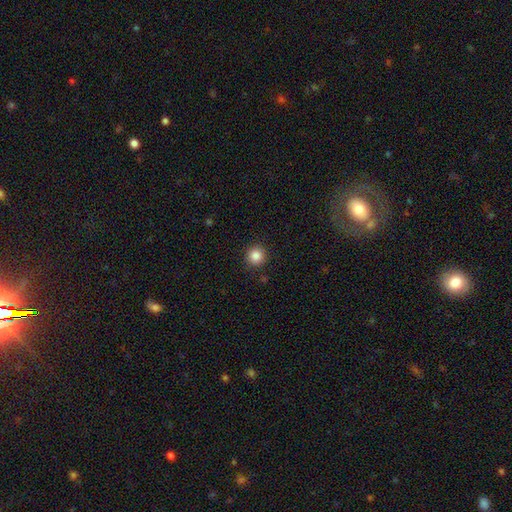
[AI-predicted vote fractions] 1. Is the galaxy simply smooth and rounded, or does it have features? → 86% smooth, 10% star or artifact, 4% featured or disk.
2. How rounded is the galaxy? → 94% round, 5% in between, 1% cigar-shaped.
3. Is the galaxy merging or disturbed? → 91% none, 6% minor disturbance, 2% major disturbance, 1% merger.